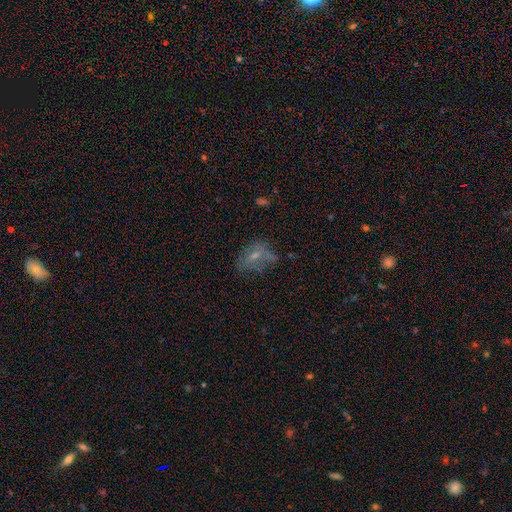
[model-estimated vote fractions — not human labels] smooth-or-featured: smooth: 48% | featured or disk: 34% | star or artifact: 18%
  merging: none: 52% | minor disturbance: 25% | major disturbance: 18% | merger: 4%